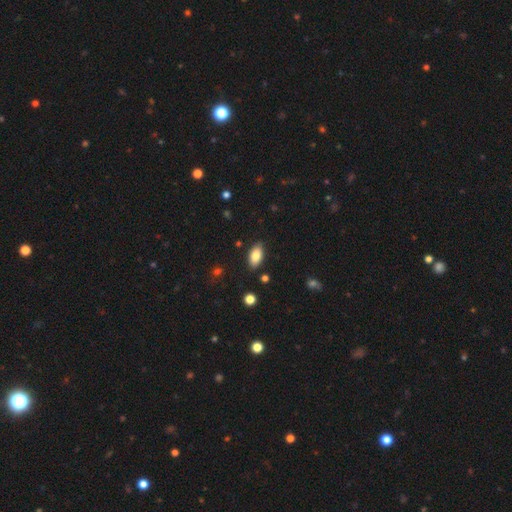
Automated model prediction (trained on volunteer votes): Q: Smooth or featured?
A: smooth (83%); runner-up: featured or disk (10%)
Q: How rounded?
A: in between (92%); runner-up: cigar-shaped (5%)
Q: Merging?
A: none (85%); runner-up: minor disturbance (11%)